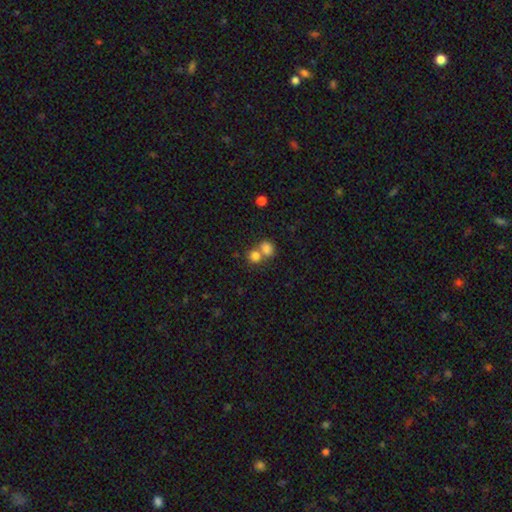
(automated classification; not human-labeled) The model was most divided on "merging": merger: 51%, none: 40%, minor disturbance: 6%, major disturbance: 3%. More confident: how rounded — round (80%); smooth or featured — smooth (79%).